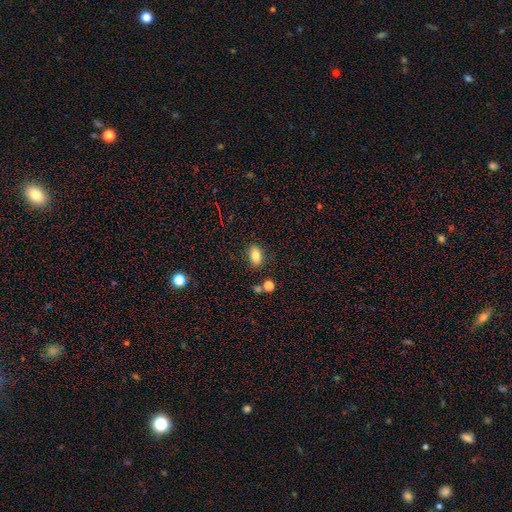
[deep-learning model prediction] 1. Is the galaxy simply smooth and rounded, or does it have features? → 80% smooth, 10% star or artifact, 10% featured or disk.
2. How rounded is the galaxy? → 85% in between, 12% round, 3% cigar-shaped.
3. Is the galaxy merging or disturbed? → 82% none, 11% minor disturbance, 4% merger, 3% major disturbance.